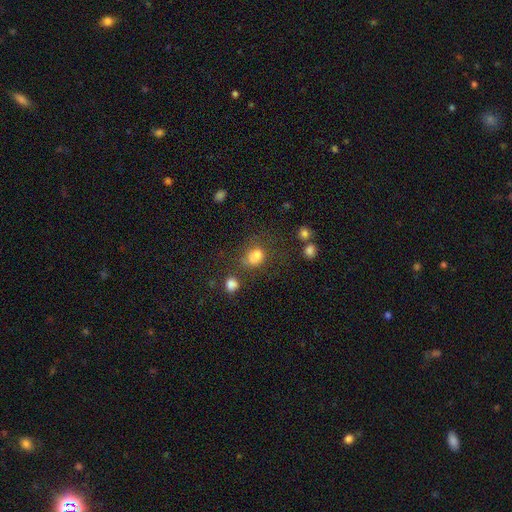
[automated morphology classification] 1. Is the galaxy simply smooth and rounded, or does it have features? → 75% smooth, 16% star or artifact, 9% featured or disk.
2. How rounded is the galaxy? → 53% round, 46% in between, 1% cigar-shaped.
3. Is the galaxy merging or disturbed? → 48% none, 22% minor disturbance, 17% merger, 13% major disturbance.